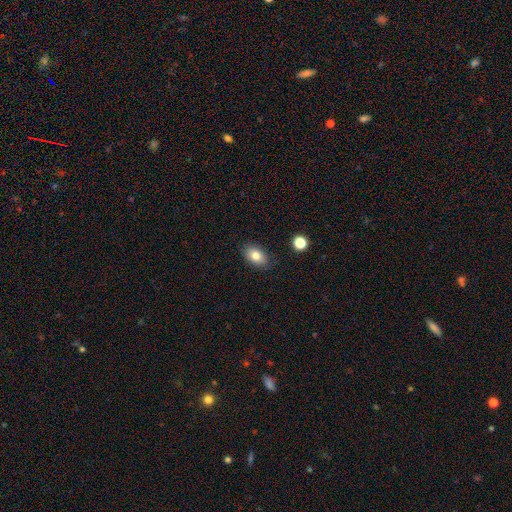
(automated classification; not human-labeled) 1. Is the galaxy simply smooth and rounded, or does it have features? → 81% smooth, 10% featured or disk, 9% star or artifact.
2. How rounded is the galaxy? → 87% in between, 11% round, 1% cigar-shaped.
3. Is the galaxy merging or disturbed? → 86% none, 10% minor disturbance, 2% major disturbance, 2% merger.